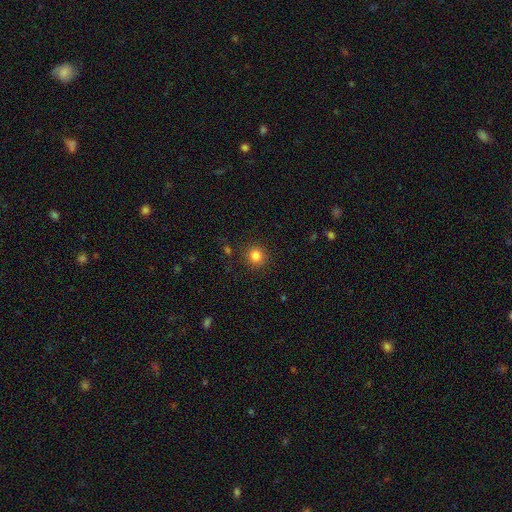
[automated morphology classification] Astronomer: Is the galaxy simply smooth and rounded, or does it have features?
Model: smooth — 83%.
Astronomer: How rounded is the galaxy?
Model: round — 91%.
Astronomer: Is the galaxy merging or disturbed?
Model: none — 87%.